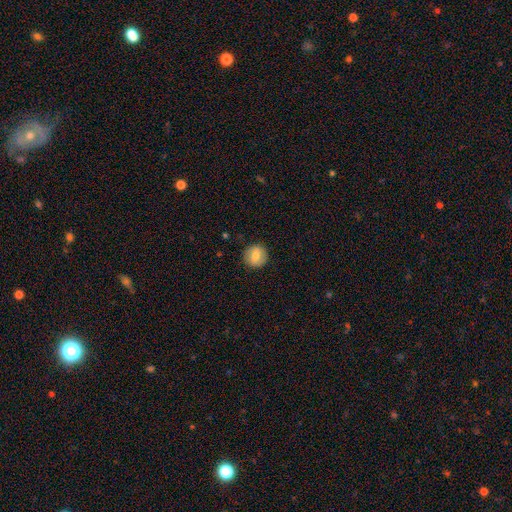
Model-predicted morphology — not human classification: Smooth or featured: smooth — 73% (featured or disk — 19%)
How rounded: round — 92% (in between — 7%)
Merging: none — 89% (minor disturbance — 8%)